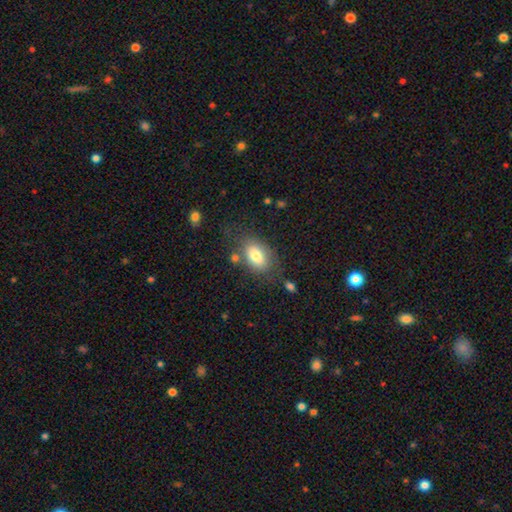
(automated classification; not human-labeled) Smooth or featured: smooth — 77% (featured or disk — 15%)
How rounded: in between — 87% (round — 11%)
Merging: none — 66% (minor disturbance — 19%)